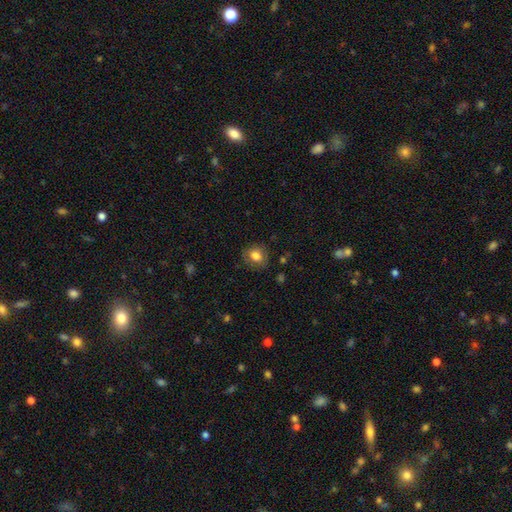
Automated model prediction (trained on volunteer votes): Smooth or featured? Predicted: smooth (p=0.78). How rounded? Predicted: round (p=0.71). Merging? Predicted: none (p=0.82).